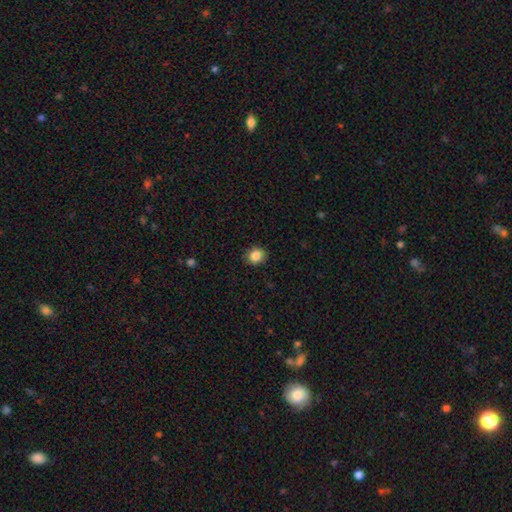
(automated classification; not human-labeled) Smooth or featured? smooth (86%)
How rounded? round (77%)
Merging? none (89%)